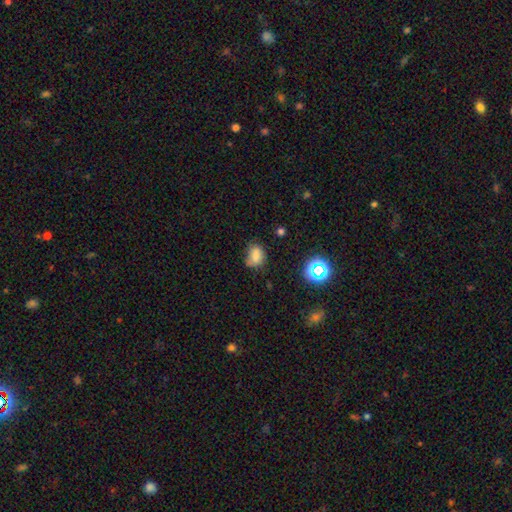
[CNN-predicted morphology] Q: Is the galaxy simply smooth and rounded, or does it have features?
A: smooth — 76%.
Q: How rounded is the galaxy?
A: in between — 67%.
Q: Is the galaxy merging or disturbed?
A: none — 56%.